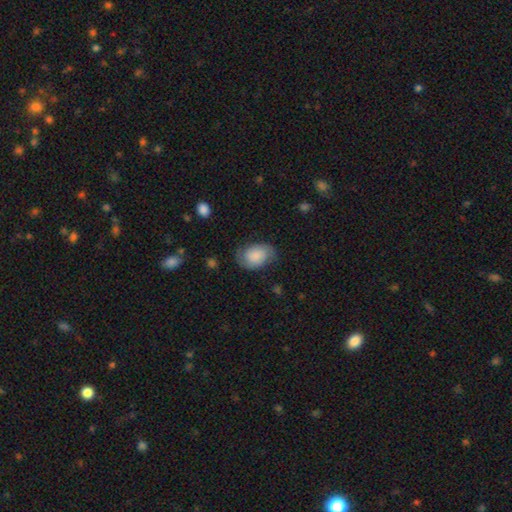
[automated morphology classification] Smooth or featured? smooth (58%)
How rounded? in between (79%)
Merging? none (67%)